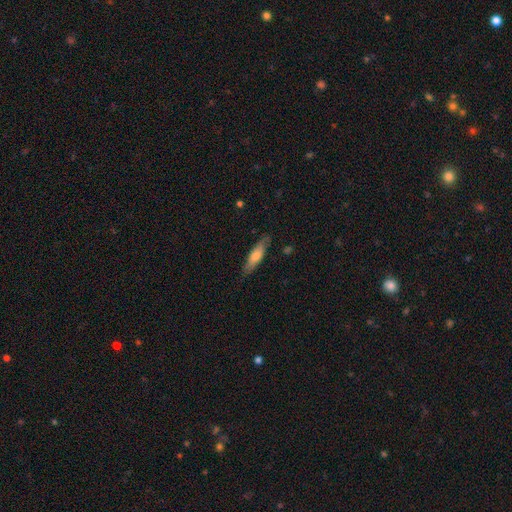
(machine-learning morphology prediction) type=smooth (64%); roundness=cigar-shaped (66%); merging=none (80%).